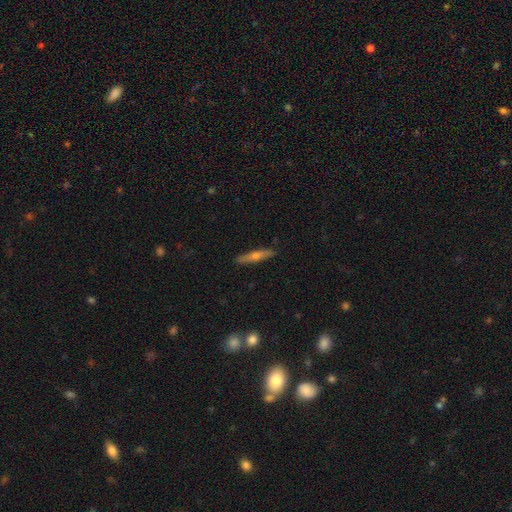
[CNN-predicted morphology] featured or disk 47%, smooth 46%, star or artifact 7%. Down the decision tree: merging — none (90%).